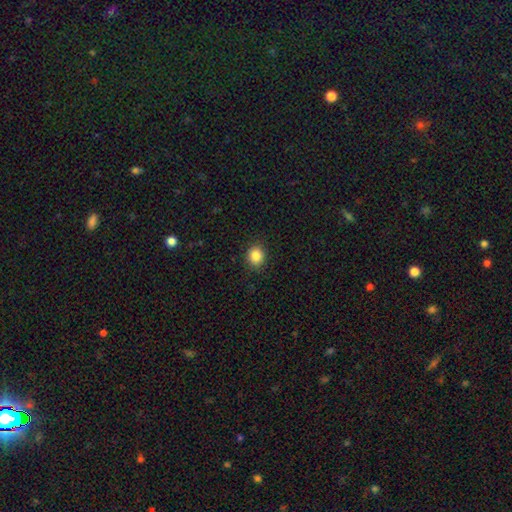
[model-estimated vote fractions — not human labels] Smooth or featured? Predicted: smooth (p=0.86). How rounded? Predicted: round (p=0.75). Merging? Predicted: none (p=0.90).